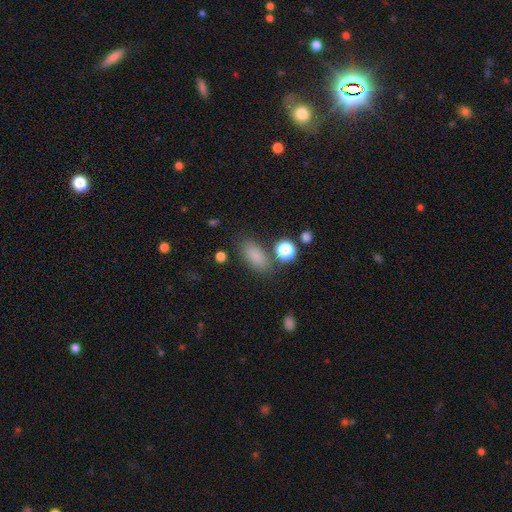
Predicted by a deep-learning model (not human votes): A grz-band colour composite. It shows a smooth galaxy with no disk features (82%) that is in between round and cigar-shaped (83%). Merging: none (76%).